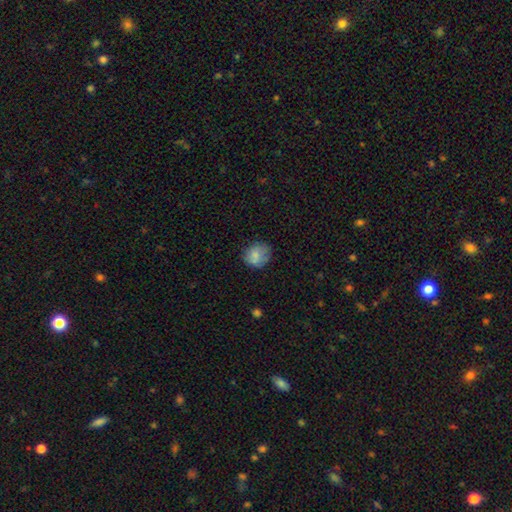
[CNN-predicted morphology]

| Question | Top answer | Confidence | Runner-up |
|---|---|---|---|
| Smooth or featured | smooth | 80% | featured or disk (11%) |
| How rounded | round | 73% | in between (26%) |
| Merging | none | 69% | minor disturbance (22%) |